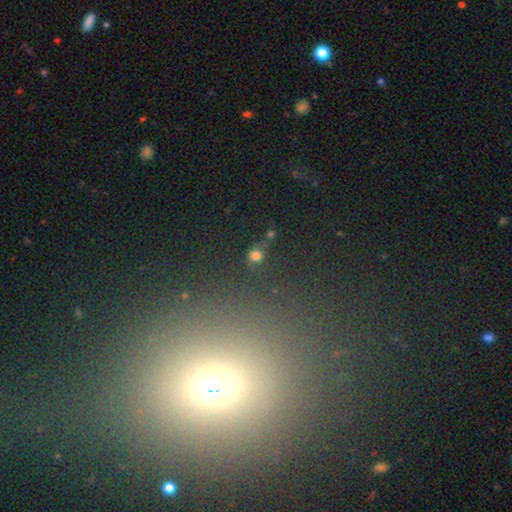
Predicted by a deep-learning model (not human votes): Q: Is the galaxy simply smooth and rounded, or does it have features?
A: smooth — 64%.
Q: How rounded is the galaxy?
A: round — 82%.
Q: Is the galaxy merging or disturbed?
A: none — 52%.